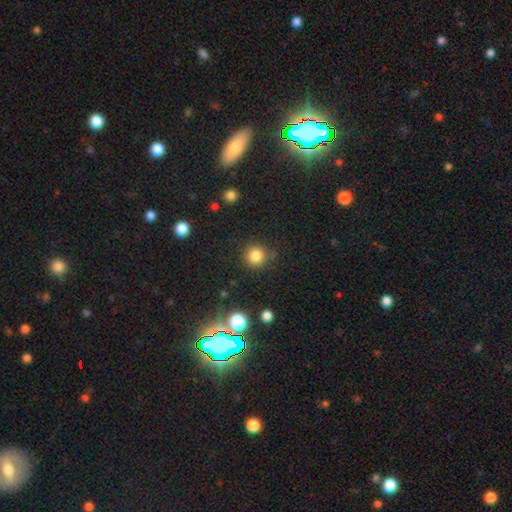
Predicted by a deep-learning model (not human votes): Smooth or featured: smooth — 83% (star or artifact — 13%)
How rounded: round — 92% (in between — 7%)
Merging: none — 85% (minor disturbance — 9%)